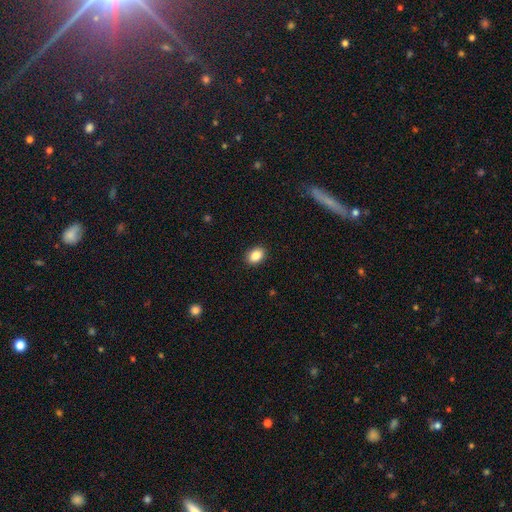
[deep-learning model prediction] A smooth galaxy with no disk features (87%) that is in between round and cigar-shaped (75%).

Vote fractions:
- Smooth or featured? smooth: 87% / star or artifact: 8% / featured or disk: 5%
- How rounded? in between: 75% / round: 24% / cigar-shaped: 1%
- Merging? none: 91% / minor disturbance: 7% / major disturbance: 2% / merger: 1%